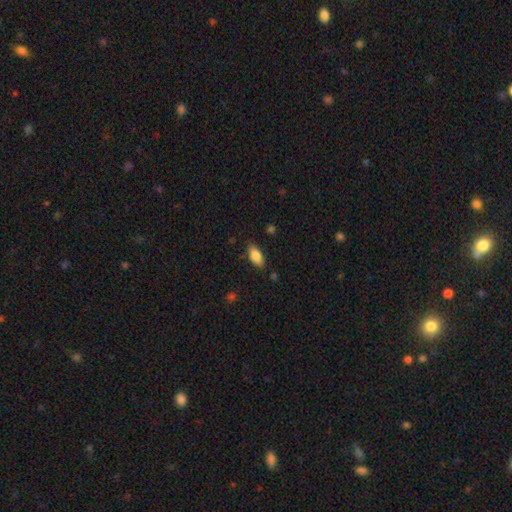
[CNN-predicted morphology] Smooth or featured?
  - smooth: 85% *
  - featured or disk: 8%
  - star or artifact: 7%
How rounded?
  - in between: 88% *
  - cigar-shaped: 9%
  - round: 3%
Merging?
  - none: 82% *
  - minor disturbance: 13%
  - major disturbance: 3%
  - merger: 2%